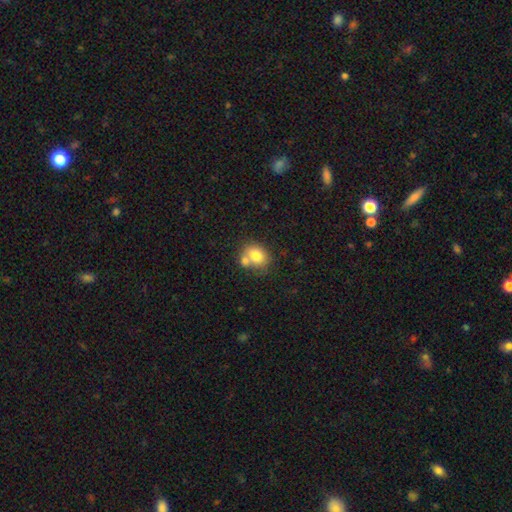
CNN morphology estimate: smooth-or-featured: smooth: 77% | featured or disk: 14% | star or artifact: 9%
  how-rounded: round: 52% | in between: 47% | cigar-shaped: 1%
  merging: none: 47% | merger: 36% | minor disturbance: 12% | major disturbance: 4%